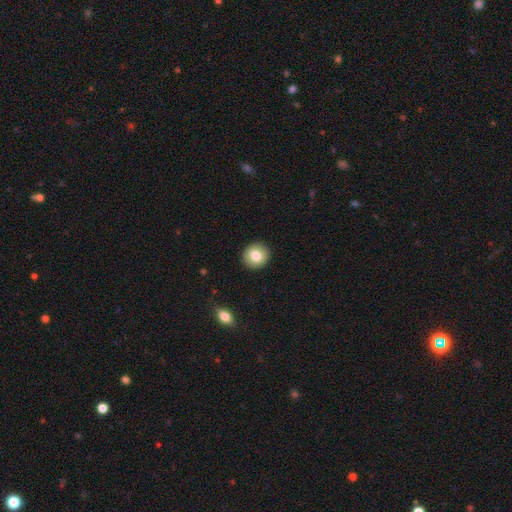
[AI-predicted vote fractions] A smooth galaxy with no disk features (81%) that is round (88%).

Vote fractions:
- Smooth or featured? smooth: 81% / featured or disk: 11% / star or artifact: 8%
- How rounded? round: 88% / in between: 11% / cigar-shaped: 1%
- Merging? none: 92% / minor disturbance: 6% / major disturbance: 2% / merger: 1%